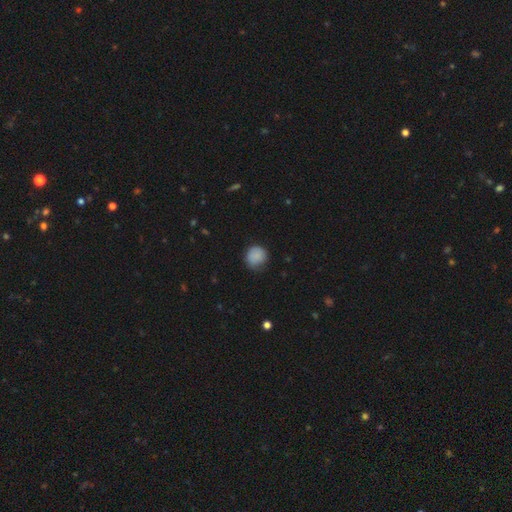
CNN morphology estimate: The model was most divided on "merging": none: 73%, minor disturbance: 21%, major disturbance: 4%, merger: 1%. More confident: how rounded — round (88%); smooth or featured — smooth (87%).